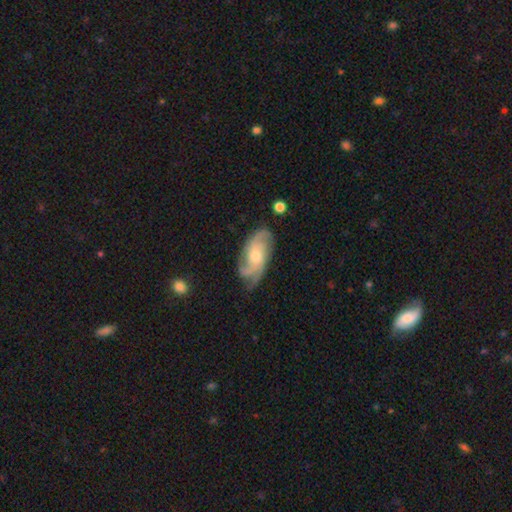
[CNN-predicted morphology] A featured or disk galaxy (85%) with no bar (67%), 3 (49%) medium (47%) spiral arms (97%) and a moderate central bulge (56%).

Vote fractions:
- Smooth or featured? featured or disk: 85% / smooth: 10% / star or artifact: 5%
- Edge-on disk? no: 95% / yes: 5%
- Bar? no: 67% / weak: 28% / strong: 5%
- Spiral arms? yes: 97% / no: 3%
- Spiral winding? medium: 47% / tight: 36% / loose: 16%
- Spiral arm count? 3: 49% / 2: 21% / can't tell: 11% / 4: 11% / 1: 4% / more than 4: 4%
- Bulge size? moderate: 56% / small: 37% / large: 4% / none: 2% / dominant: 1%
- Merging? none: 74% / minor disturbance: 19% / major disturbance: 6% / merger: 1%